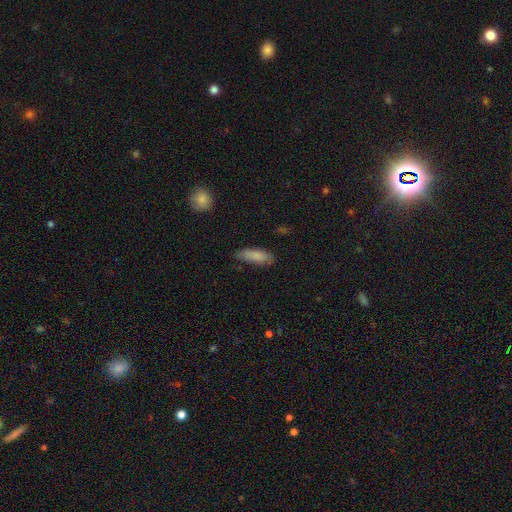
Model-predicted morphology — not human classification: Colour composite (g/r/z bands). It shows a smooth galaxy with no disk features (85%) that is in between round and cigar-shaped (55%). Merging: none (73%).